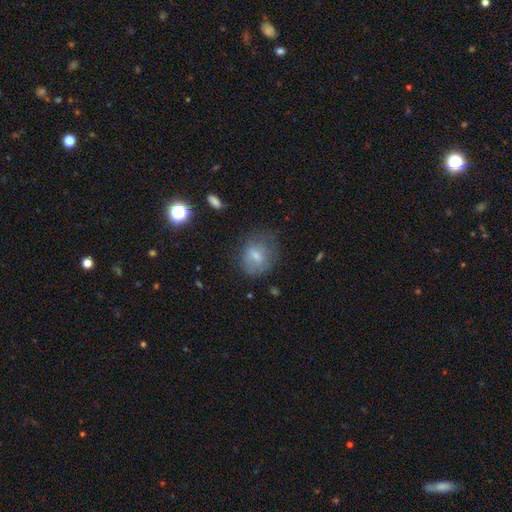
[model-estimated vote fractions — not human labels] Smooth or featured? smooth (65%)
How rounded? round (53%)
Merging? none (55%)